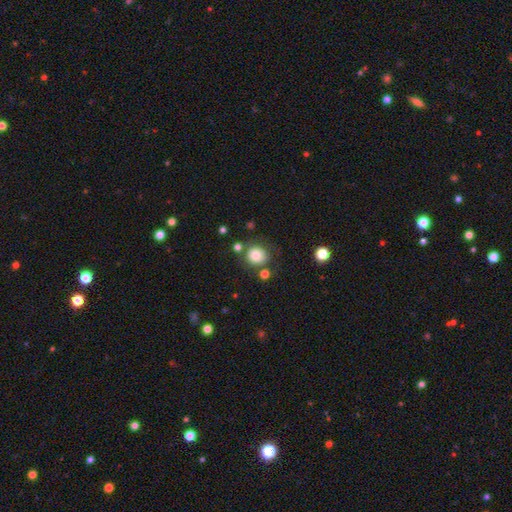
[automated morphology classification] Smooth or featured?
  - smooth: 81% *
  - star or artifact: 10%
  - featured or disk: 8%
How rounded?
  - round: 84% *
  - in between: 15%
  - cigar-shaped: 1%
Merging?
  - none: 75% *
  - minor disturbance: 13%
  - merger: 8%
  - major disturbance: 5%